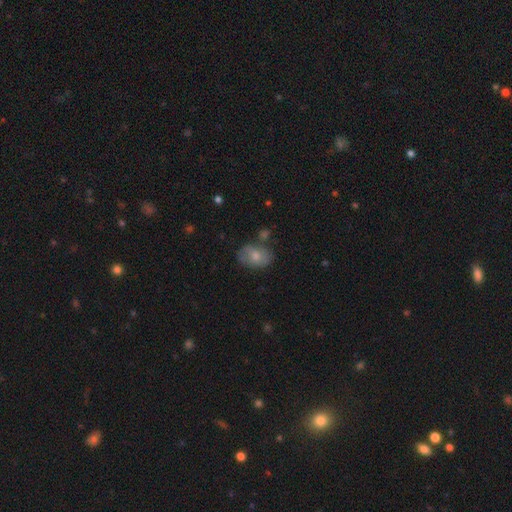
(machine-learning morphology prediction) Q: Smooth or featured?
A: smooth (60%); runner-up: featured or disk (32%)
Q: How rounded?
A: in between (79%); runner-up: round (20%)
Q: Merging?
A: none (60%); runner-up: minor disturbance (24%)